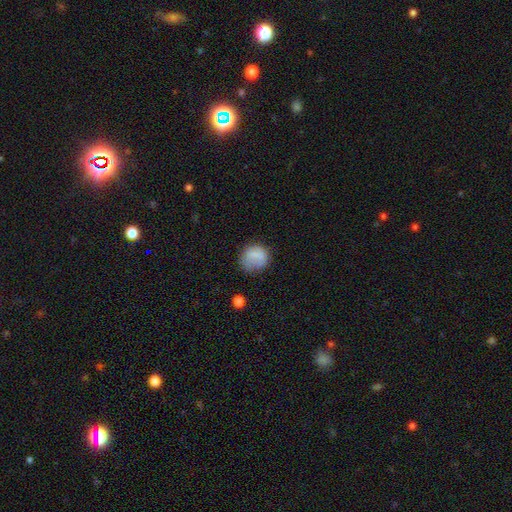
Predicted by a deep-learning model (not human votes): Morphology: type=smooth (79%); roundness=round (79%); merging=none (60%).